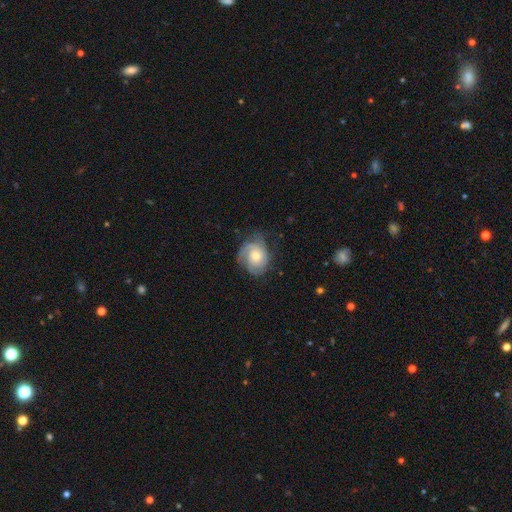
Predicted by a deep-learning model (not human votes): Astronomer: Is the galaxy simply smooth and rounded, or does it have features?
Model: featured or disk — 75%.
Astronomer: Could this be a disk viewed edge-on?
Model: no — 98%.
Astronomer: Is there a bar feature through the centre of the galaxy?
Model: no — 75%.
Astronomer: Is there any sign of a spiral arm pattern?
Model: yes — 93%.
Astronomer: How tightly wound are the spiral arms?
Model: tight — 60%.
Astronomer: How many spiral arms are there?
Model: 2 — 31% (runner-up: can't tell, 27%).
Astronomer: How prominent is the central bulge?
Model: moderate — 56% (runner-up: small, 35%).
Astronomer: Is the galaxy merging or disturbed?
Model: none — 64%.